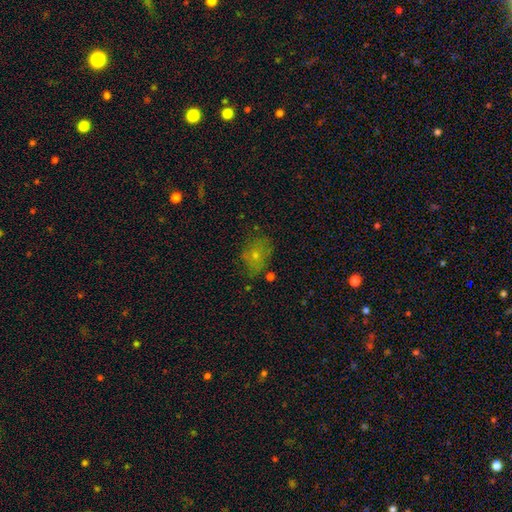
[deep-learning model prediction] Smooth or featured?
  - smooth: 62% *
  - featured or disk: 23%
  - star or artifact: 15%
How rounded?
  - in between: 64% *
  - round: 34%
  - cigar-shaped: 2%
Merging?
  - none: 57% *
  - minor disturbance: 25%
  - major disturbance: 13%
  - merger: 5%